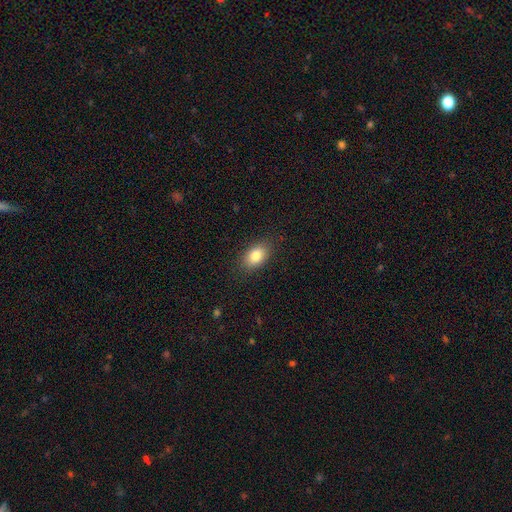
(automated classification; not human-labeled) A smooth galaxy with no disk features (83%) that is in between round and cigar-shaped (88%).

Vote fractions:
- Smooth or featured? smooth: 83% / featured or disk: 9% / star or artifact: 8%
- How rounded? in between: 88% / round: 10% / cigar-shaped: 2%
- Merging? none: 86% / minor disturbance: 10% / major disturbance: 3% / merger: 1%